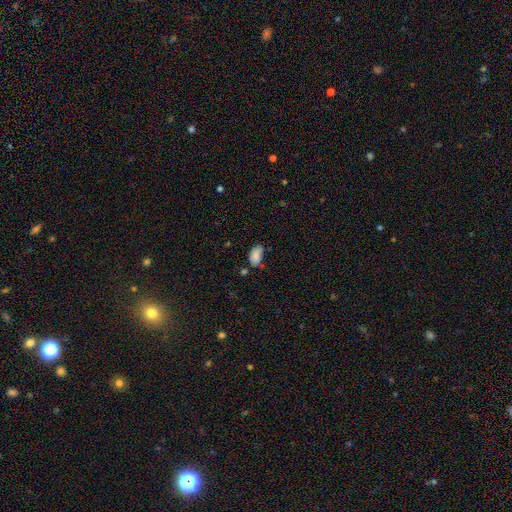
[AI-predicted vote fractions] A smooth galaxy with no disk features (80%) that is in between round and cigar-shaped (93%). Merging: none (49%).